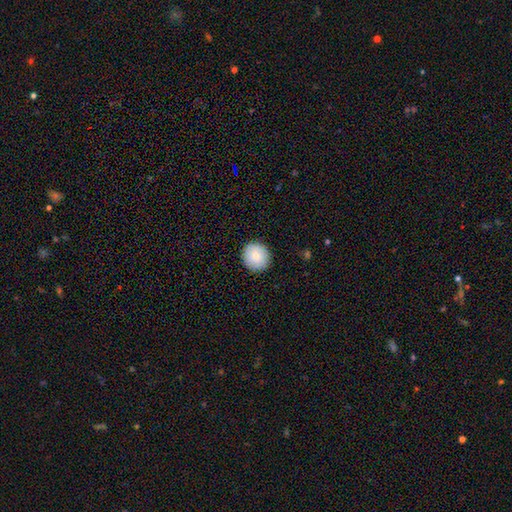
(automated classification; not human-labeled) Smooth or featured? Predicted: smooth (p=0.81). How rounded? Predicted: round (p=0.89). Merging? Predicted: none (p=0.90).